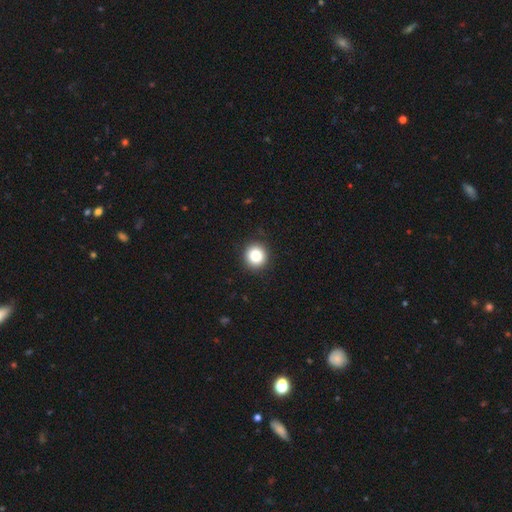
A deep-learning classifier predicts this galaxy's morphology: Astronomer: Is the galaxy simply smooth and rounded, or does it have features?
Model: smooth — 86%.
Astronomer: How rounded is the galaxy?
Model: round — 92%.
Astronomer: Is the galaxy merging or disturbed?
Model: none — 91%.